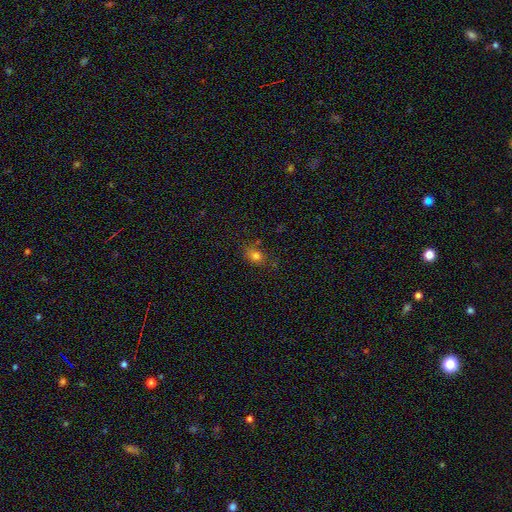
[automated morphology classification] Smooth or featured? Predicted: smooth (p=0.76). How rounded? Predicted: in between (p=0.53). Merging? Predicted: none (p=0.71).